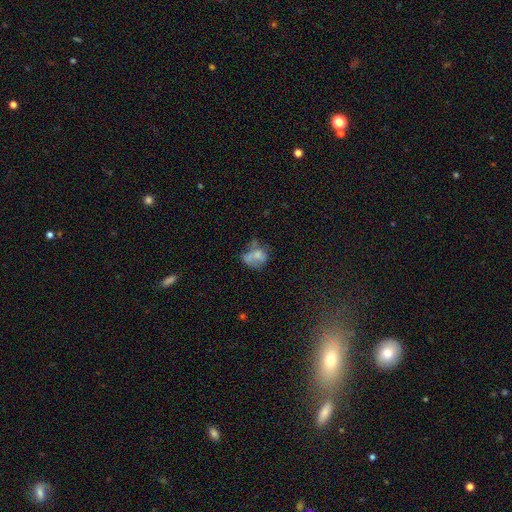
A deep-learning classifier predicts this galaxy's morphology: The model was most divided on "merging": none: 27%, major disturbance: 26%, merger: 25%, minor disturbance: 22%. More confident: smooth or featured — smooth (56%); how rounded — in between (55%).